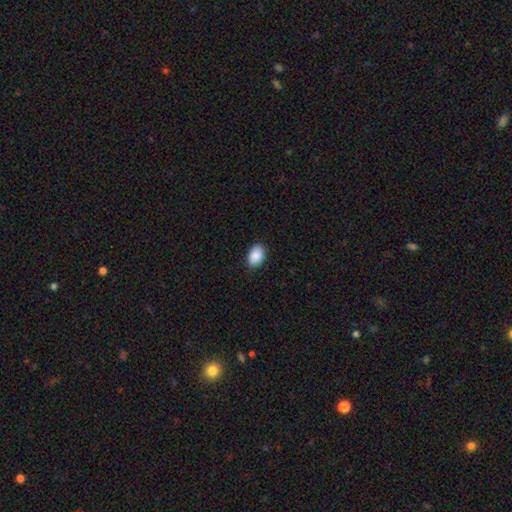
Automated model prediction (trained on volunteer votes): Smooth or featured? Predicted: smooth (p=0.89). How rounded? Predicted: in between (p=0.87). Merging? Predicted: none (p=0.86).